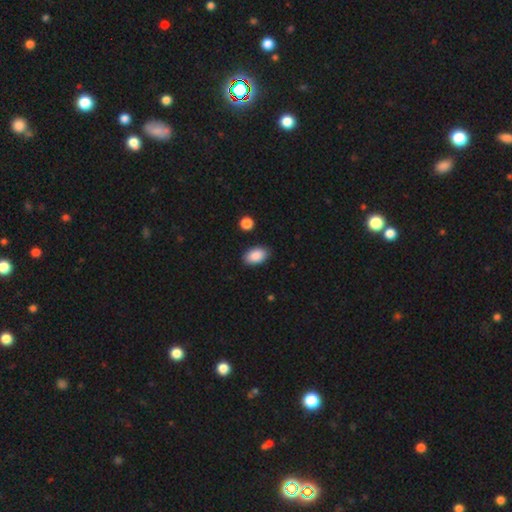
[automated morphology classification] The model was most divided on "merging": none: 87%, minor disturbance: 9%, major disturbance: 2%, merger: 2%. More confident: how rounded — in between (92%); smooth or featured — smooth (89%).